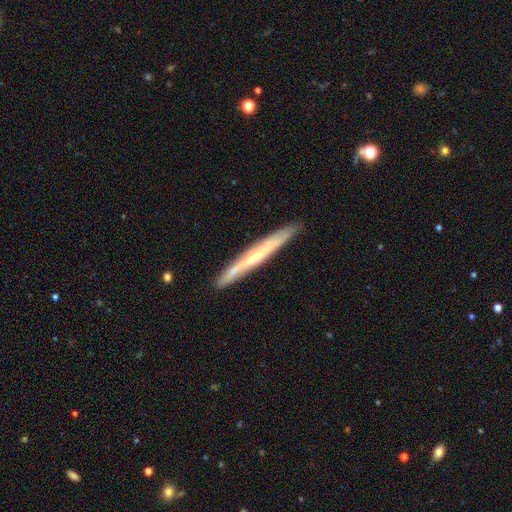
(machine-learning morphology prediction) Smooth or featured?
  - featured or disk: 54% *
  - smooth: 40%
  - star or artifact: 6%
Edge-on disk?
  - yes: 94% *
  - no: 6%
Edge-on bulge?
  - none: 68% *
  - rounded: 25%
  - boxy: 7%
Merging?
  - none: 88% *
  - minor disturbance: 9%
  - major disturbance: 1%
  - merger: 1%